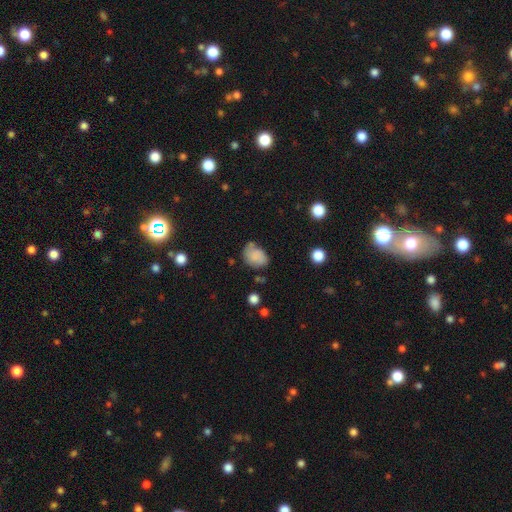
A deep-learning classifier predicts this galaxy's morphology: smooth-or-featured: smooth: 77% | featured or disk: 13% | star or artifact: 10%
  how-rounded: in between: 64% | round: 35% | cigar-shaped: 1%
  merging: none: 50% | minor disturbance: 30% | major disturbance: 11% | merger: 9%